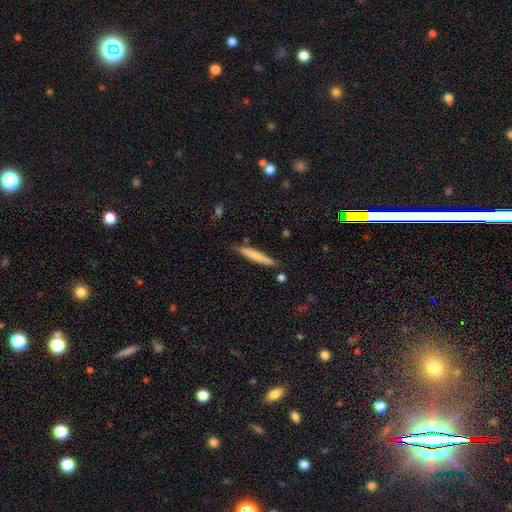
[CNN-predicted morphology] Q: Smooth or featured?
A: smooth (70%); runner-up: featured or disk (24%)
Q: How rounded?
A: cigar-shaped (95%); runner-up: in between (4%)
Q: Merging?
A: none (82%); runner-up: minor disturbance (14%)